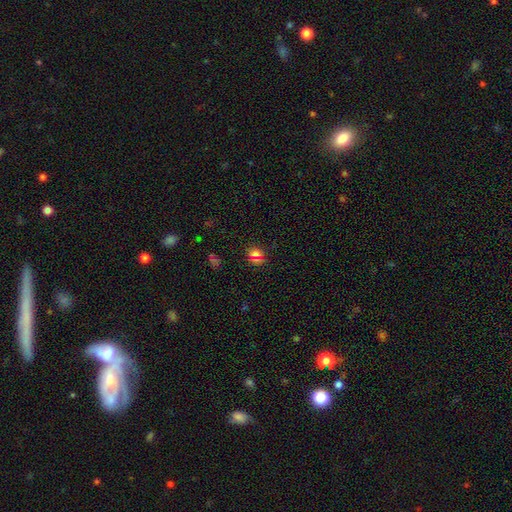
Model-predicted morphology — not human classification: Smooth or featured?
  - smooth: 60% *
  - star or artifact: 33%
  - featured or disk: 8%
How rounded?
  - round: 75% *
  - in between: 22%
  - cigar-shaped: 3%
Merging?
  - none: 85% *
  - minor disturbance: 9%
  - major disturbance: 4%
  - merger: 3%